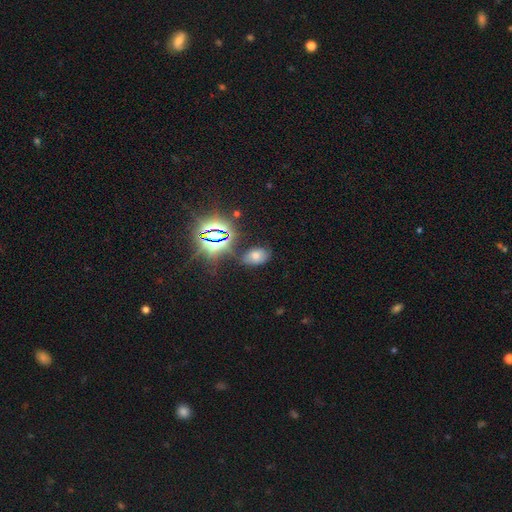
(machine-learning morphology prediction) type=star or artifact (43%).